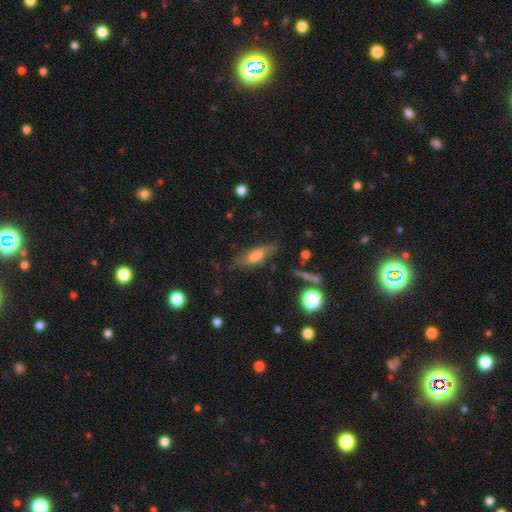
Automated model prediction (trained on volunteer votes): Smooth or featured?
  - smooth: 50% *
  - featured or disk: 39%
  - star or artifact: 11%
Merging?
  - none: 66% *
  - minor disturbance: 22%
  - major disturbance: 9%
  - merger: 3%